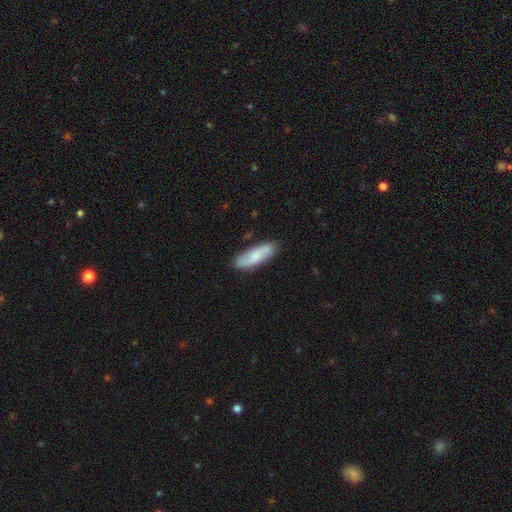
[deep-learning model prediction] smooth_or_featured: smooth (p=0.59) [alt: featured or disk p=0.35]
how_rounded: in between (p=0.56) [alt: cigar-shaped p=0.42]
merging: none (p=0.83) [alt: minor disturbance p=0.13]